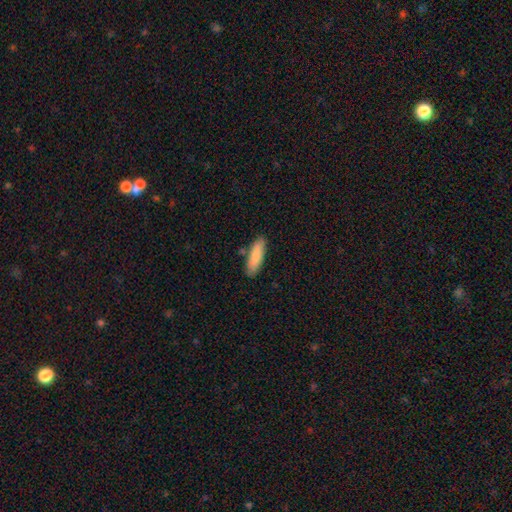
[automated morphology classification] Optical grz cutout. It shows a smooth galaxy with no disk features (84%) that is cigar-shaped (54%). Merging: none (82%).